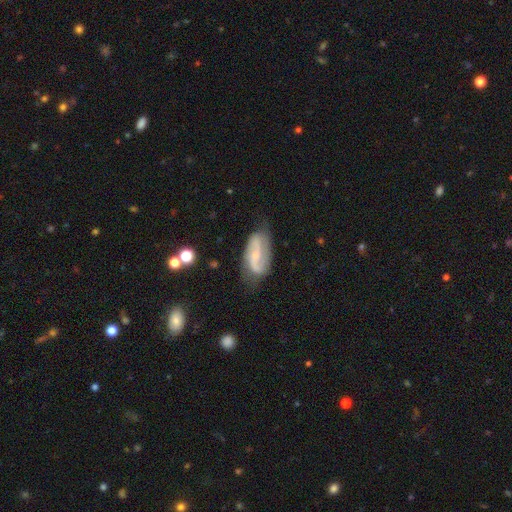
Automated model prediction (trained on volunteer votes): smooth-or-featured: featured or disk: 77% | smooth: 16% | star or artifact: 6%
  disk-edge-on: no: 96% | yes: 4%
    bar: weak: 43% | no: 34% | strong: 23%
    has-spiral-arms: yes: 94% | no: 6%
      spiral-winding: medium: 42% | loose: 40% | tight: 18%
      spiral-arm-count: 2: 87% | can't tell: 6% | 1: 4% | 3: 1% | 4: 1% | more than 4: 1%
    bulge-size: small: 51% | none: 25% | moderate: 21% | large: 2% | dominant: 1%
  merging: none: 69% | minor disturbance: 21% | major disturbance: 8% | merger: 2%